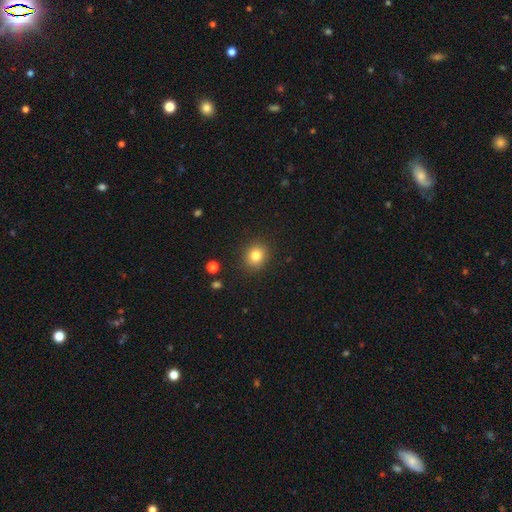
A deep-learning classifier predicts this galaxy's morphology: A smooth galaxy with no disk features (81%) that is round (74%). Merging: none (89%).